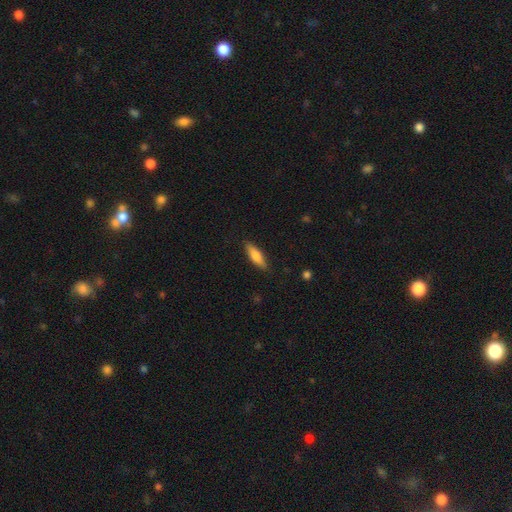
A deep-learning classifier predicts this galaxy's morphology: Smooth or featured? smooth (76%)
How rounded? cigar-shaped (53%)
Merging? none (86%)